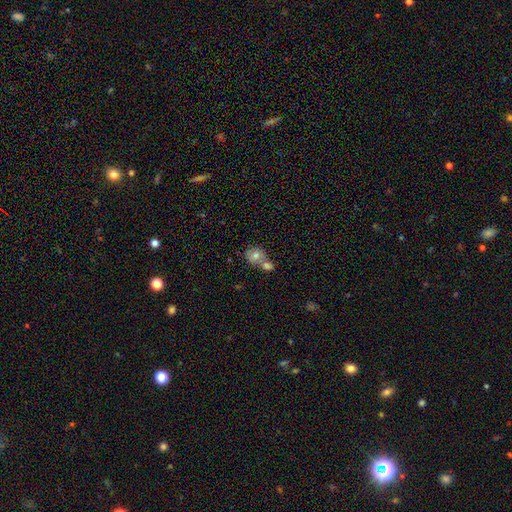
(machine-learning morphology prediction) smooth_or_featured: smooth (p=0.68) [alt: featured or disk p=0.21]
how_rounded: round (p=0.68) [alt: in between p=0.31]
merging: merger (p=0.52) [alt: none p=0.34]